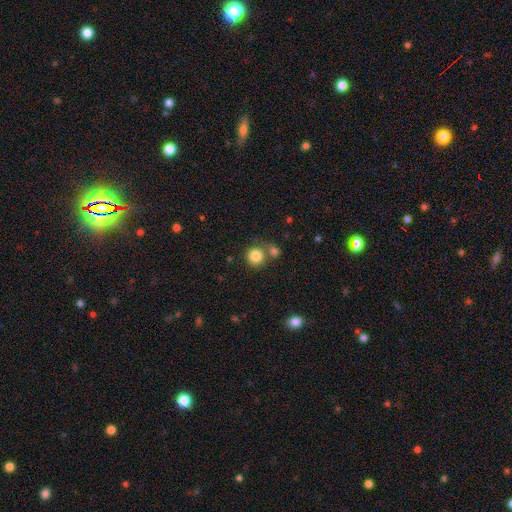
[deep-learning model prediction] This is clearly a smooth galaxy (83%). How rounded: clearly round (91%). Merging: likely none (61%).